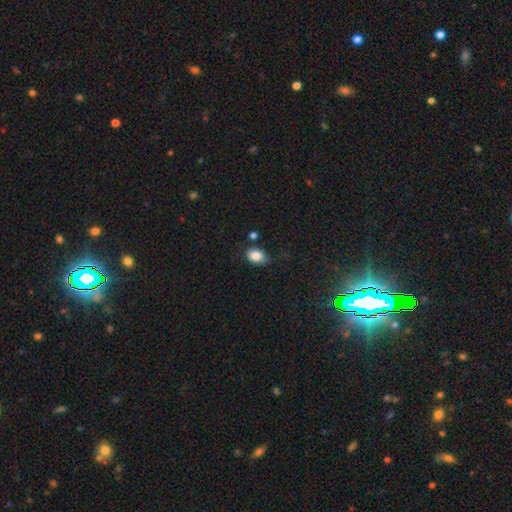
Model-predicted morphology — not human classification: smooth_or_featured: smooth (p=0.85) [alt: star or artifact p=0.09]
how_rounded: in between (p=0.80) [alt: round p=0.19]
merging: none (p=0.61) [alt: minor disturbance p=0.28]